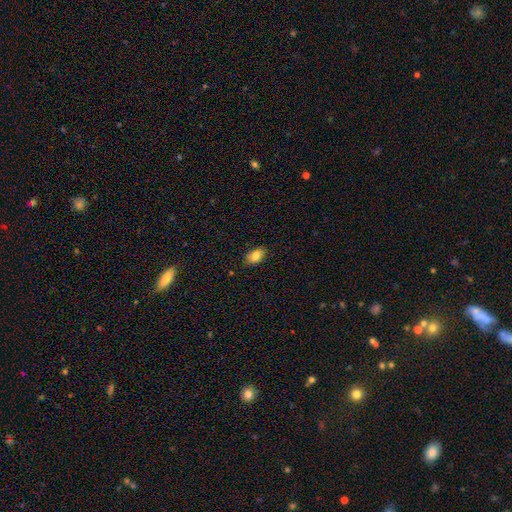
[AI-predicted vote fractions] Morphology: type=smooth (81%); roundness=in between (90%); merging=none (85%).